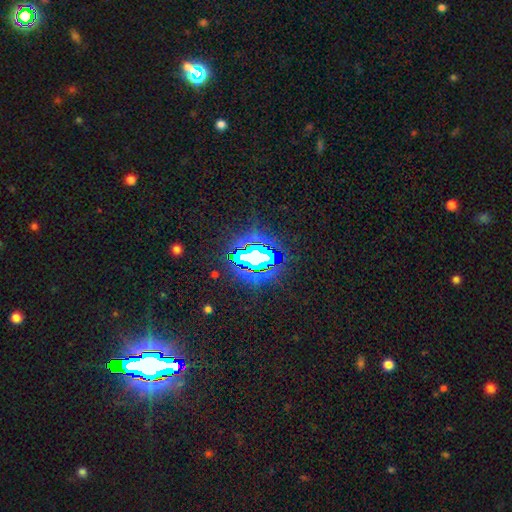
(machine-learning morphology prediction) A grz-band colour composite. It shows a star or artifact, not a galaxy (75%).